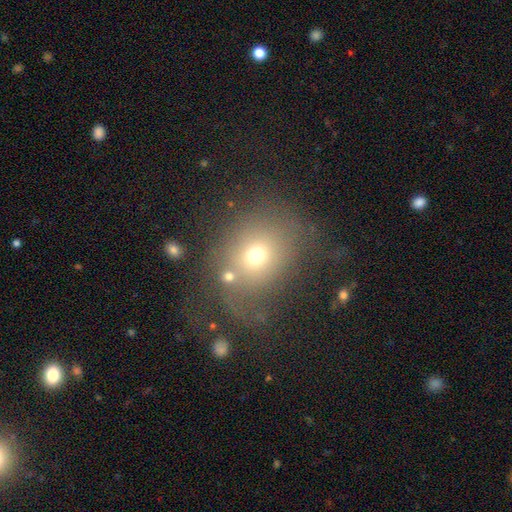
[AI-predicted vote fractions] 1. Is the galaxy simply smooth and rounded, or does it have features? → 63% smooth, 19% featured or disk, 17% star or artifact.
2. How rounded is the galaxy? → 59% round, 40% in between, 1% cigar-shaped.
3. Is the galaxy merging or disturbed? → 54% none, 19% major disturbance, 19% minor disturbance, 8% merger.